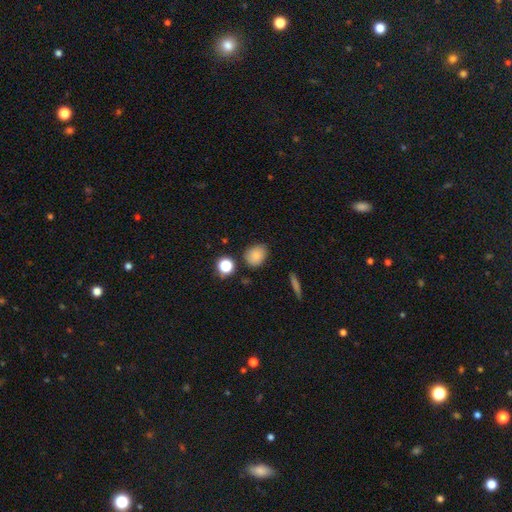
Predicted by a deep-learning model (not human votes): A smooth galaxy with no disk features (83%) that is in between round and cigar-shaped (52%).

Vote fractions:
- Smooth or featured? smooth: 83% / star or artifact: 10% / featured or disk: 6%
- How rounded? in between: 52% / round: 47% / cigar-shaped: 1%
- Merging? none: 78% / minor disturbance: 15% / merger: 4% / major disturbance: 3%